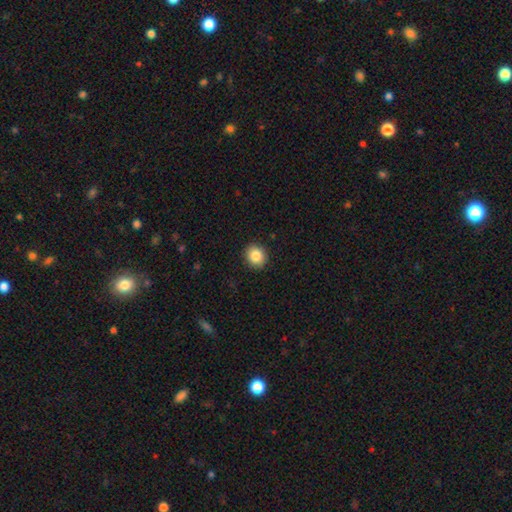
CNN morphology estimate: Overall: smooth (86%). How rounded: round (80%). Merging: none (91%).